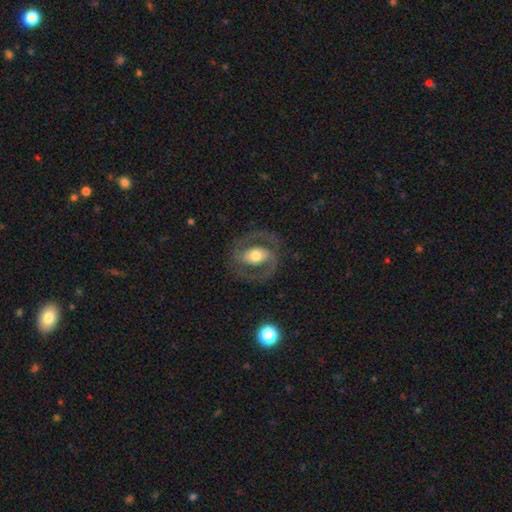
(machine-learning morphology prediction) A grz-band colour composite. It shows a featured or disk galaxy (81%) with no bar (35%, tied with weak), 2 (90%) medium (54%) spiral arms (86%) and a moderate central bulge (63%). Merging: none (78%).